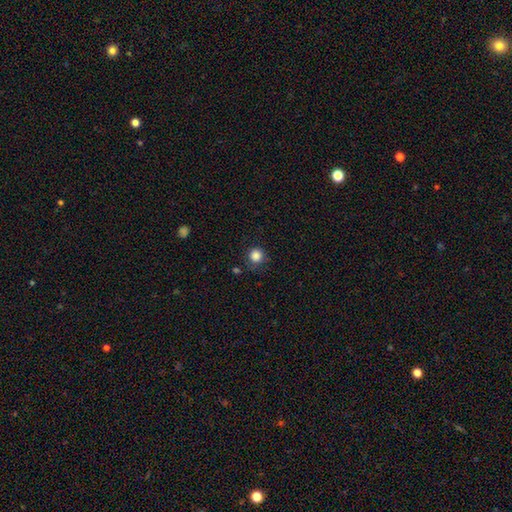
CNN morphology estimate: A smooth galaxy with no disk features (85%) that is round (94%).

Vote fractions:
- Smooth or featured? smooth: 85% / star or artifact: 11% / featured or disk: 4%
- How rounded? round: 94% / in between: 5% / cigar-shaped: 1%
- Merging? none: 81% / minor disturbance: 13% / major disturbance: 4% / merger: 2%